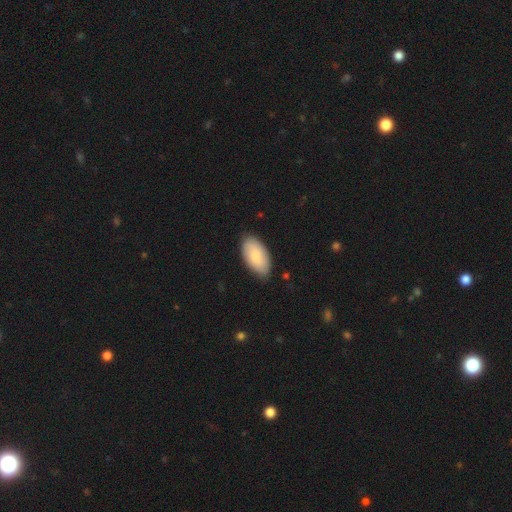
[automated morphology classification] smooth 80%, featured or disk 15%, star or artifact 5%. Down the decision tree: how rounded — in between (95%); merging — none (81%).